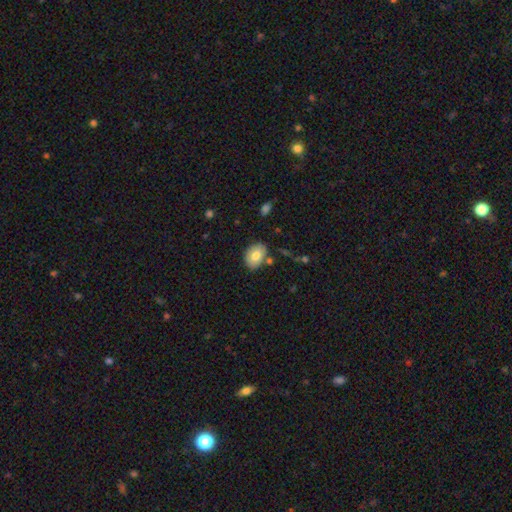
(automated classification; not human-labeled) This appears to be a smooth galaxy with no disk features (78%) that is in between round and cigar-shaped (75%). Merging: none (80%).